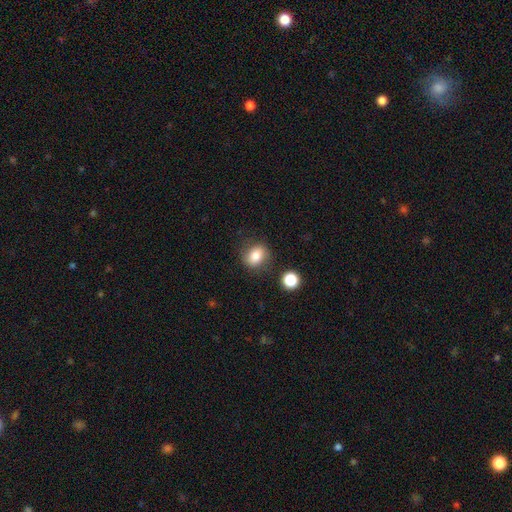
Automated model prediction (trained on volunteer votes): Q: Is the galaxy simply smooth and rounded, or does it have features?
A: smooth — 78%.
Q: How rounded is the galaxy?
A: round — 51%.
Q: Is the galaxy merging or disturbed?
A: none — 79%.